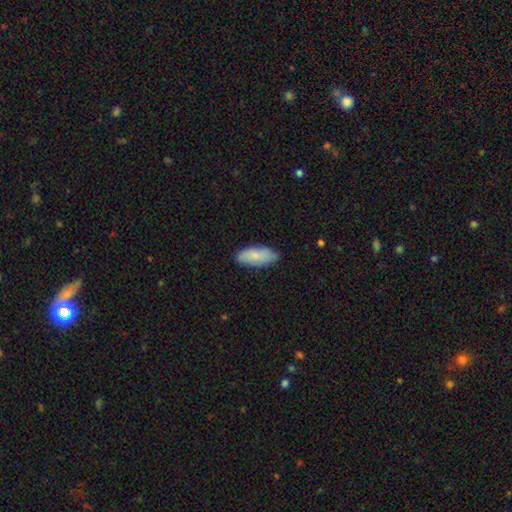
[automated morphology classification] Smooth or featured? smooth (75%)
How rounded? in between (84%)
Merging? none (82%)